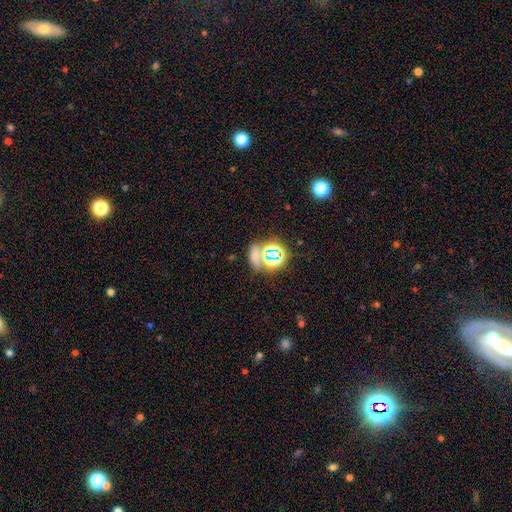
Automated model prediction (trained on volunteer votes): Smooth or featured? Predicted: star or artifact (p=0.47).